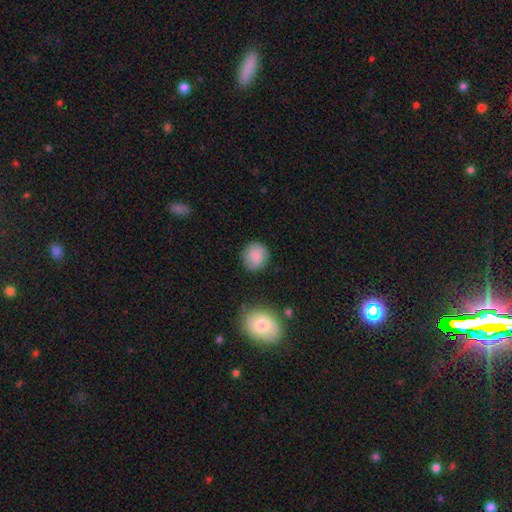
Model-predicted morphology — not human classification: This is clearly a smooth galaxy (85%). How rounded: clearly round (88%). Merging: clearly none (83%).